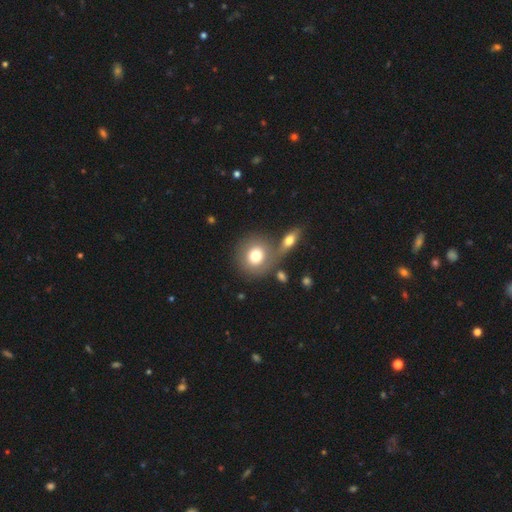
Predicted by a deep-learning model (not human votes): smooth-or-featured: smooth: 75% | featured or disk: 17% | star or artifact: 8%
  how-rounded: round: 82% | in between: 17% | cigar-shaped: 1%
  merging: none: 56% | merger: 29% | minor disturbance: 10% | major disturbance: 5%